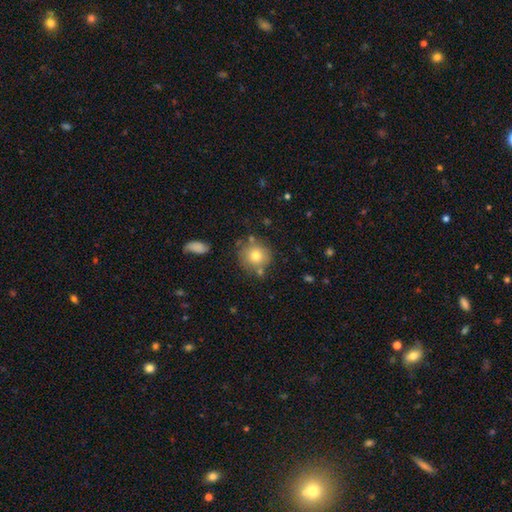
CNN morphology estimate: A smooth galaxy with no disk features (75%) that is round (90%).

Vote fractions:
- Smooth or featured? smooth: 75% / featured or disk: 14% / star or artifact: 11%
- How rounded? round: 90% / in between: 9% / cigar-shaped: 1%
- Merging? none: 75% / minor disturbance: 12% / merger: 9% / major disturbance: 4%